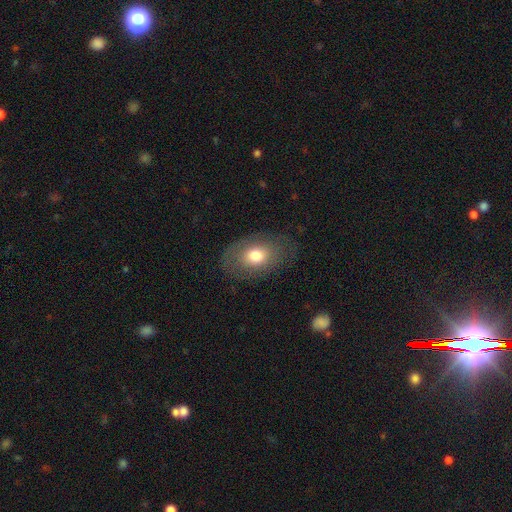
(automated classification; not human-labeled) Smooth or featured? smooth (69%)
How rounded? in between (83%)
Merging? none (77%)